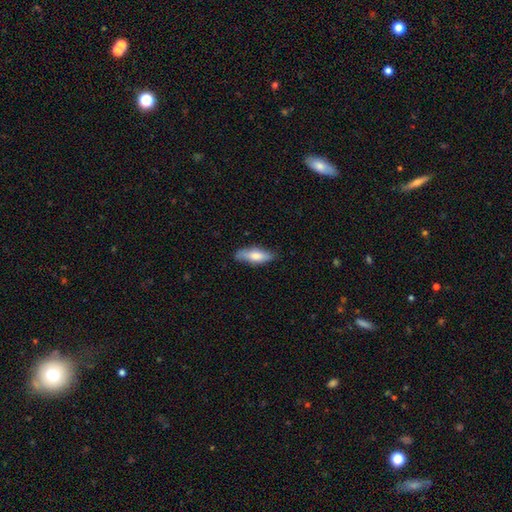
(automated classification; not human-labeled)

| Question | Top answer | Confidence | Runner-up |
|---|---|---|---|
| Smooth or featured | smooth | 70% | featured or disk (24%) |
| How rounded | in between | 56% | cigar-shaped (42%) |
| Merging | none | 76% | minor disturbance (19%) |